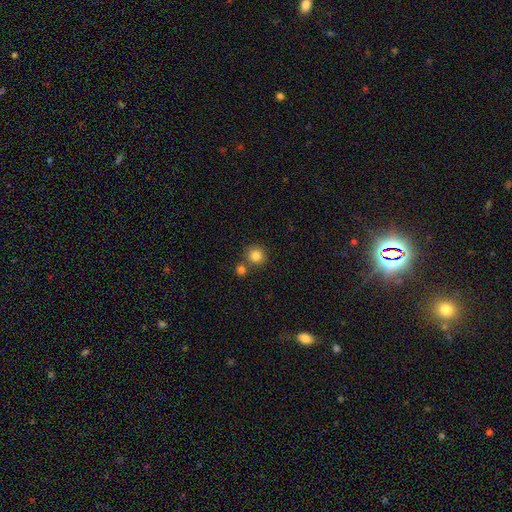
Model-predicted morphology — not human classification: A smooth galaxy with no disk features (83%) that is round (91%). Merging: none (71%).